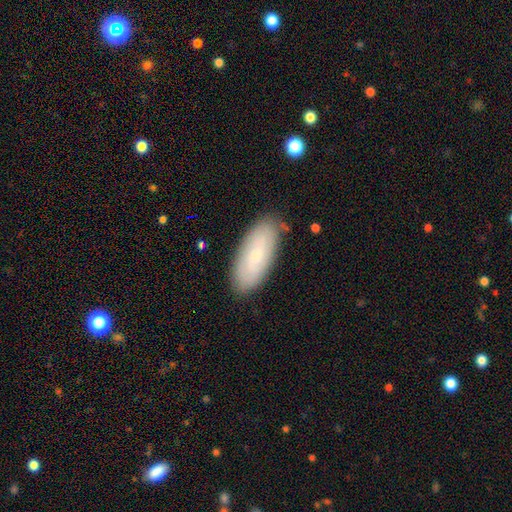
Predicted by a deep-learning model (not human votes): smooth-or-featured: smooth: 66% | featured or disk: 27% | star or artifact: 7%
  how-rounded: in between: 84% | cigar-shaped: 14% | round: 2%
  merging: none: 82% | minor disturbance: 14% | major disturbance: 3% | merger: 2%